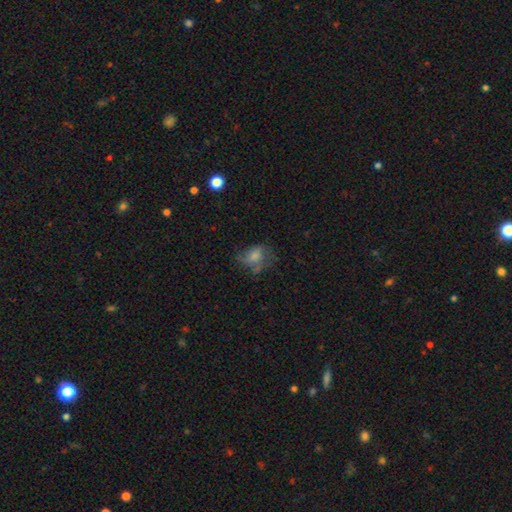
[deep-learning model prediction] A smooth galaxy with no disk features (49%). Merging: none (45%).